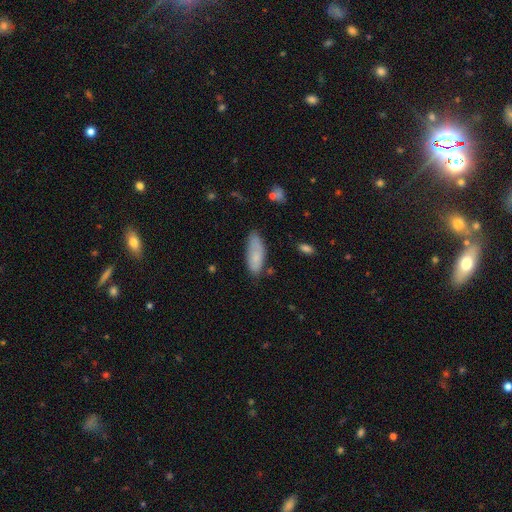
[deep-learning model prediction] This is likely a smooth galaxy (78%). How rounded: likely in between (76%). Merging: likely none (63%).